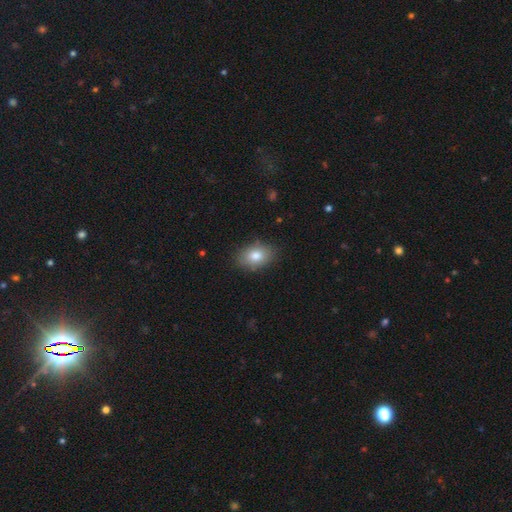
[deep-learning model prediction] Smooth or featured? smooth (81%)
How rounded? in between (82%)
Merging? none (84%)